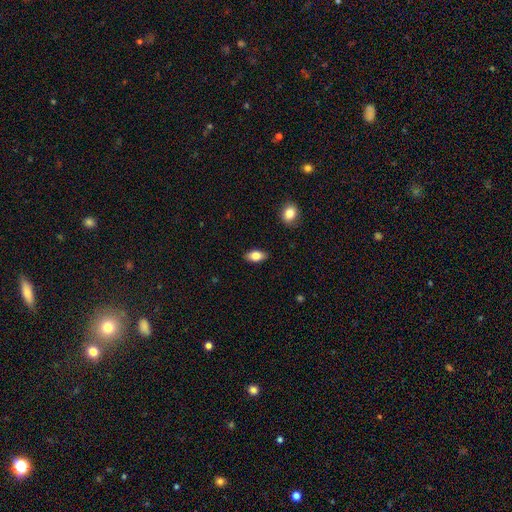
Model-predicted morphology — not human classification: smooth 81%, featured or disk 12%, star or artifact 7%. Down the decision tree: how rounded — in between (90%); merging — none (88%).